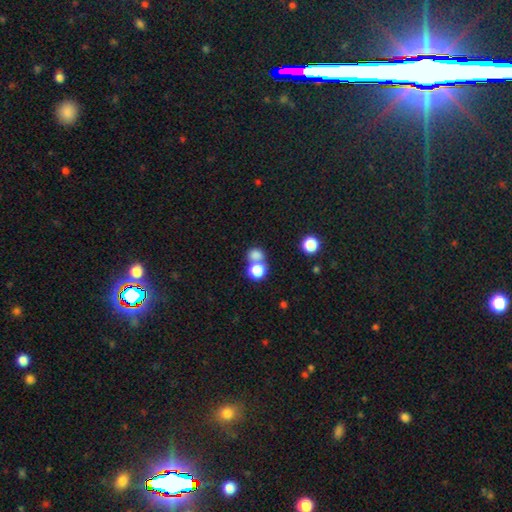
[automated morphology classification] Smooth or featured? Predicted: smooth (p=0.77). How rounded? Predicted: round (p=0.69). Merging? Predicted: merger (p=0.47).